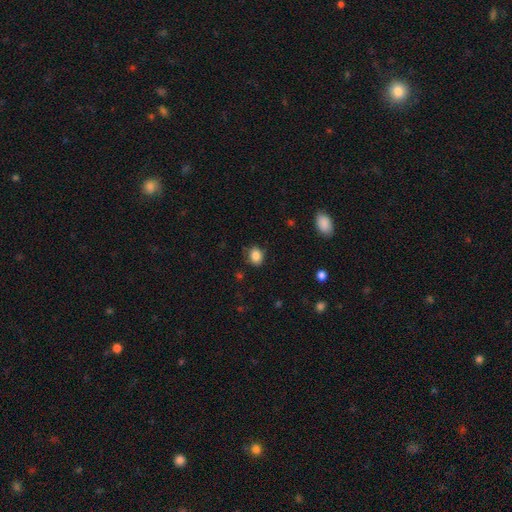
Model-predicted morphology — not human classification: smooth_or_featured: smooth (p=0.85) [alt: star or artifact p=0.10]
how_rounded: round (p=0.52) [alt: in between p=0.47]
merging: none (p=0.79) [alt: minor disturbance p=0.16]